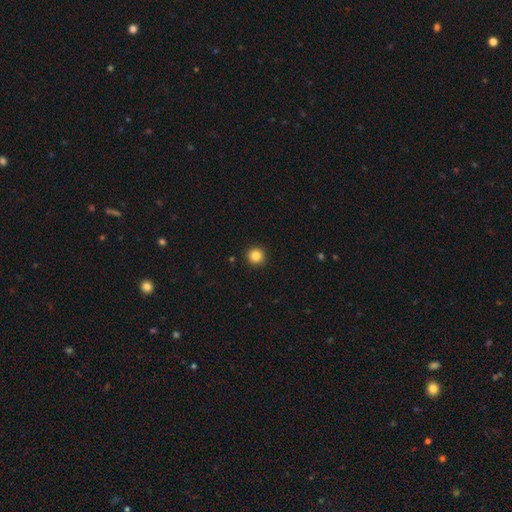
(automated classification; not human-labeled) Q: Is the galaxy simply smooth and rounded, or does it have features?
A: smooth — 85%.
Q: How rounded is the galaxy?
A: round — 96%.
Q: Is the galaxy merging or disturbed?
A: none — 92%.